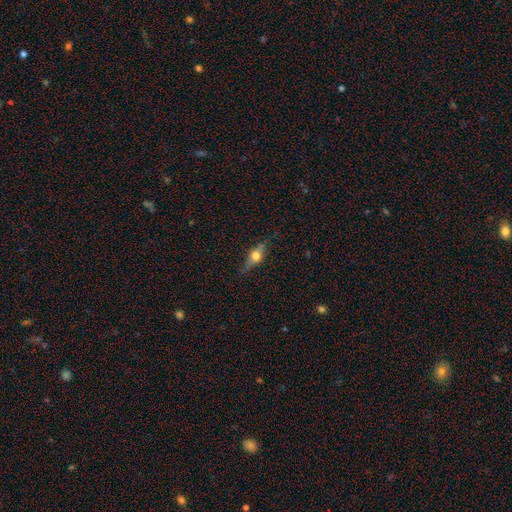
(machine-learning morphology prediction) Smooth or featured? featured or disk (48%)
Merging? none (79%)